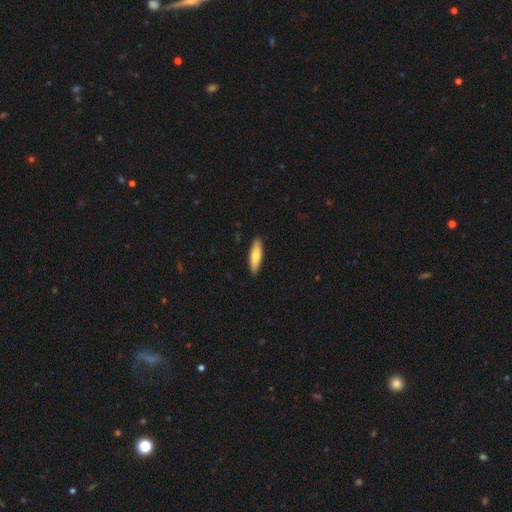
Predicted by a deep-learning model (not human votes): smooth-or-featured: smooth: 68% | featured or disk: 27% | star or artifact: 5%
  how-rounded: cigar-shaped: 63% | in between: 35% | round: 2%
  merging: none: 91% | minor disturbance: 7% | major disturbance: 1% | merger: 1%